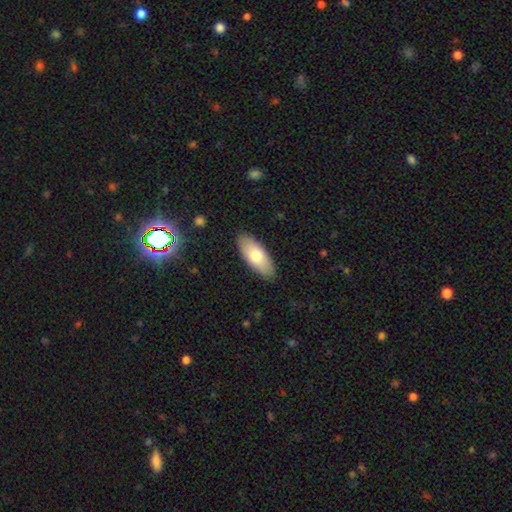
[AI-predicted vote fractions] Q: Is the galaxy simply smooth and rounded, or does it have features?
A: smooth — 74%.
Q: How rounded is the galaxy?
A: in between — 84%.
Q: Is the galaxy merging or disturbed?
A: none — 88%.